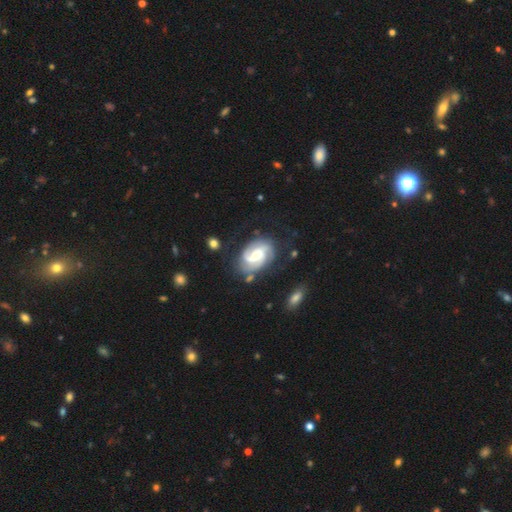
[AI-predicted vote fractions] Smooth or featured?
  - featured or disk: 86% *
  - smooth: 9%
  - star or artifact: 5%
Edge-on disk?
  - no: 98% *
  - yes: 2%
Bar?
  - weak: 48% *
  - no: 36%
  - strong: 16%
Spiral arms?
  - yes: 97% *
  - no: 3%
Spiral winding?
  - medium: 46% *
  - tight: 38%
  - loose: 17%
Spiral arm count?
  - 2: 50% *
  - 3: 28%
  - can't tell: 10%
  - 4: 5%
  - 1: 3%
  - more than 4: 3%
Bulge size?
  - moderate: 56% *
  - small: 33%
  - large: 8%
  - none: 2%
  - dominant: 1%
Merging?
  - none: 72% *
  - minor disturbance: 17%
  - major disturbance: 8%
  - merger: 3%